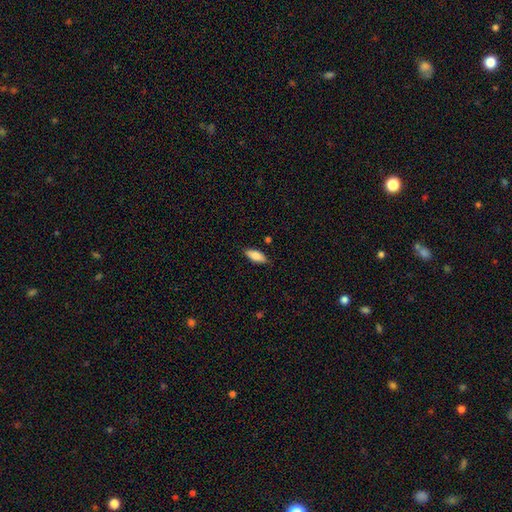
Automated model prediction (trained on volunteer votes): This appears to be a smooth galaxy with no disk features (79%) that is in between round and cigar-shaped (78%). Merging: none (83%).